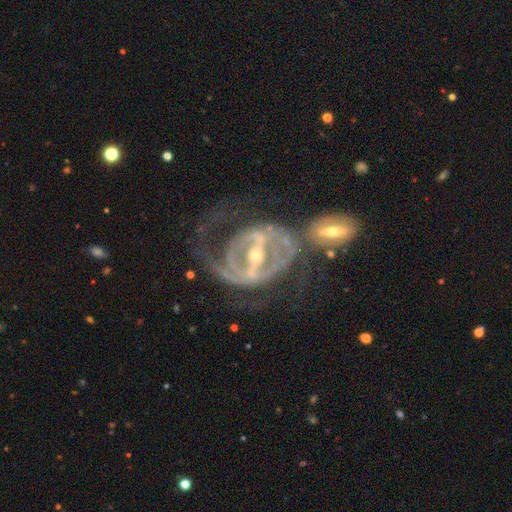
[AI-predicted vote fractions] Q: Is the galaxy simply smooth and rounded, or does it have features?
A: featured or disk — 89%.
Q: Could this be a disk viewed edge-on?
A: no — 94%.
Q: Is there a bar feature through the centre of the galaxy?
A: strong — 72%.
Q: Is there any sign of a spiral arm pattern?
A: yes — 84%.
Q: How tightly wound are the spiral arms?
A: tight — 41%.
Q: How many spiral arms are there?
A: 2 — 59%.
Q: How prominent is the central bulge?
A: small — 49%.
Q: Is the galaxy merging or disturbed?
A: merger — 32%.